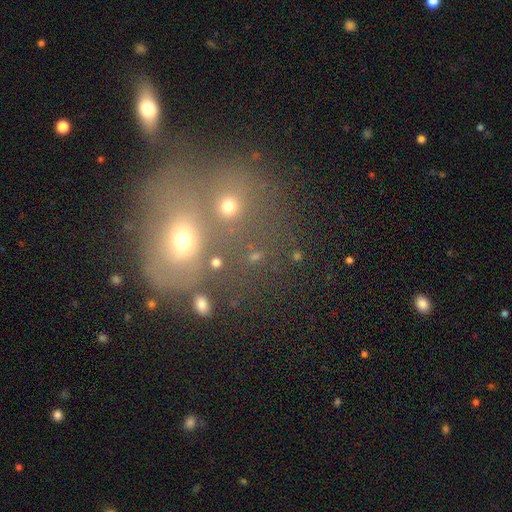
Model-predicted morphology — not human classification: This appears to be a smooth galaxy with no disk features (49%). Merging: merger (60%).